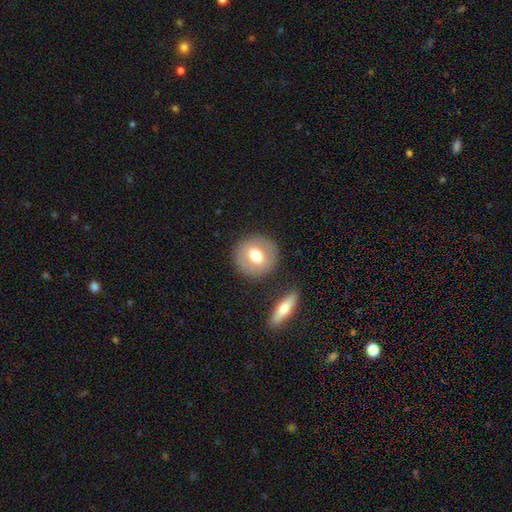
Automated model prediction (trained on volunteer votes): Morphology: type=smooth (66%); roundness=round (88%); merging=none (82%).